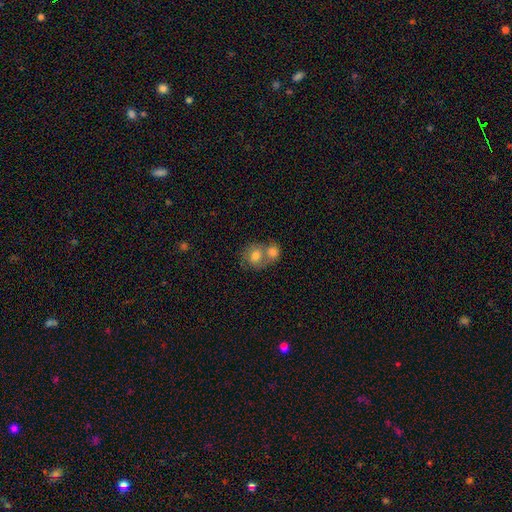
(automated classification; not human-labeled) Q: Smooth or featured?
A: smooth (57%); runner-up: featured or disk (31%)
Q: How rounded?
A: round (73%); runner-up: in between (26%)
Q: Merging?
A: merger (58%); runner-up: none (31%)